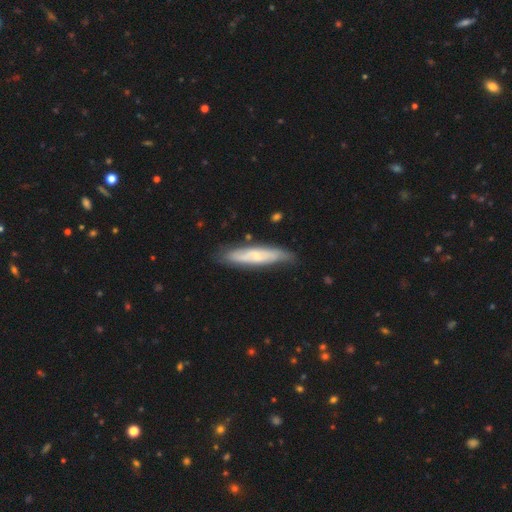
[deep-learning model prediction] Smooth or featured: featured or disk — 53% (smooth — 42%)
Edge-on disk: yes — 53% (no — 47%)
Merging: none — 76% (minor disturbance — 19%)